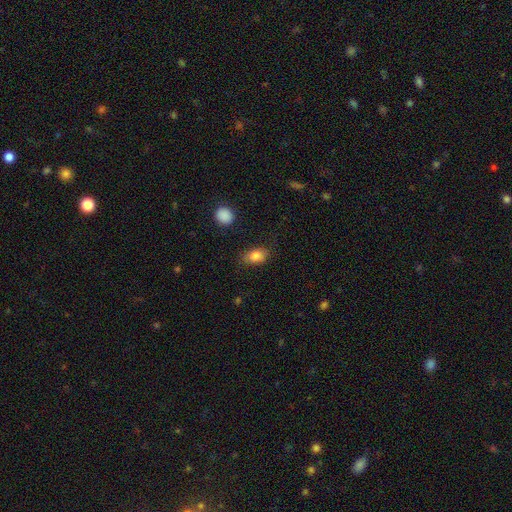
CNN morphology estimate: smooth_or_featured: smooth (p=0.83) [alt: star or artifact p=0.08]
how_rounded: in between (p=0.84) [alt: round p=0.14]
merging: none (p=0.79) [alt: minor disturbance p=0.16]